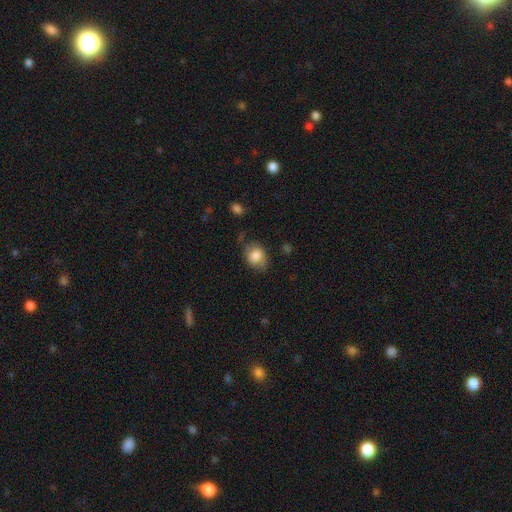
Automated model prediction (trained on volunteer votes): This appears to be a smooth galaxy with no disk features (79%) that is in between round and cigar-shaped (60%). Merging: none (64%).